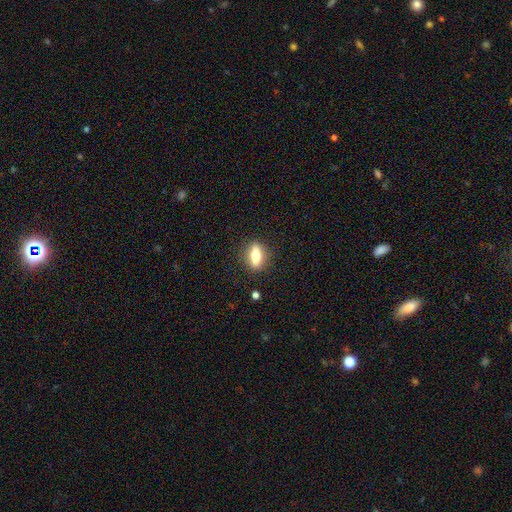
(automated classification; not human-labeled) smooth 61%, featured or disk 30%, star or artifact 8%. Down the decision tree: how rounded — in between (59%); merging — none (86%).